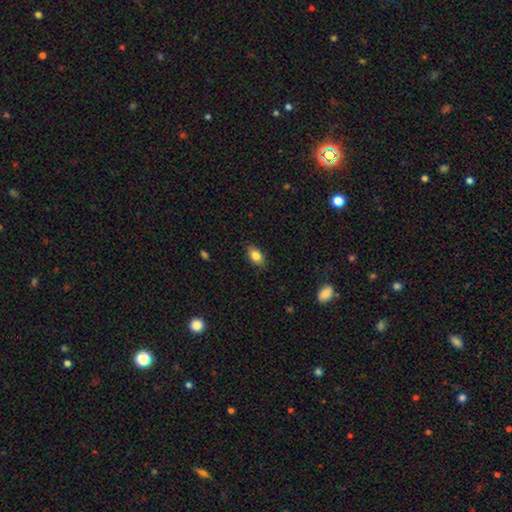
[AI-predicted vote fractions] smooth 83%, featured or disk 9%, star or artifact 8%. Down the decision tree: how rounded — in between (88%); merging — none (86%).